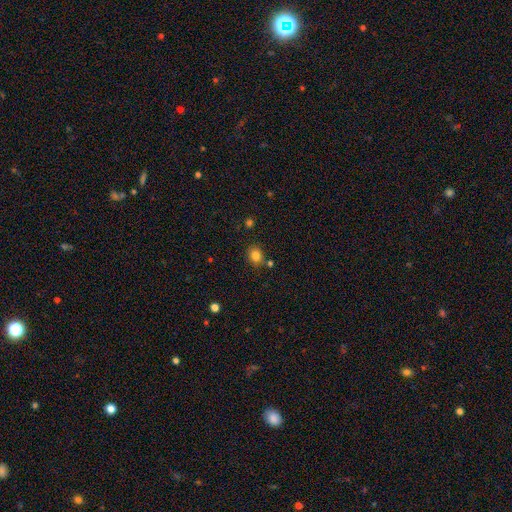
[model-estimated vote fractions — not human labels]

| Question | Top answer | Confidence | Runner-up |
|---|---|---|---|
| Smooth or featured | smooth | 82% | star or artifact (12%) |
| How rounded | round | 56% | in between (43%) |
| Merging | none | 78% | minor disturbance (11%) |